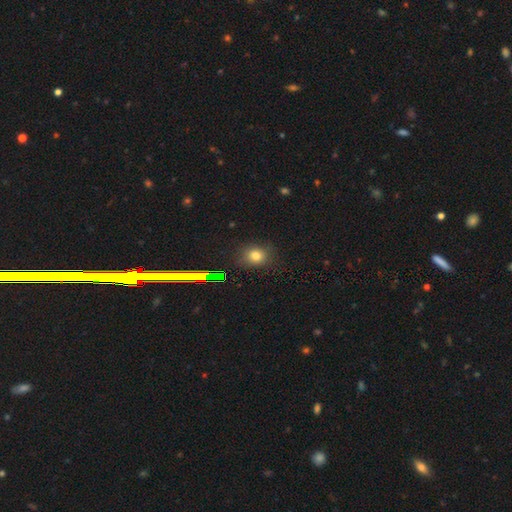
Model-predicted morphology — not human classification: A smooth galaxy with no disk features (73%) that is round (62%). Merging: none (81%).